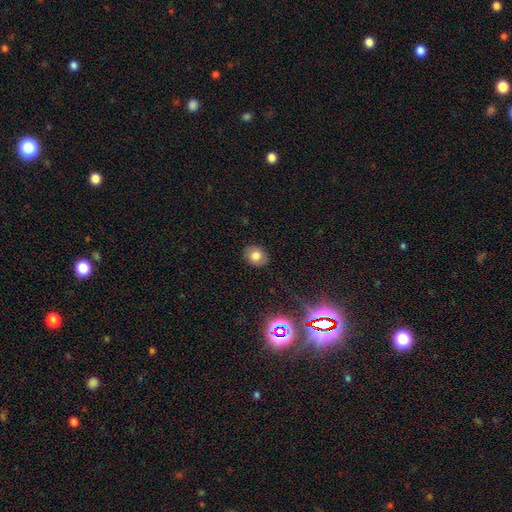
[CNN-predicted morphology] smooth 78%, star or artifact 13%, featured or disk 9%. Down the decision tree: how rounded — round (61%); merging — none (87%).